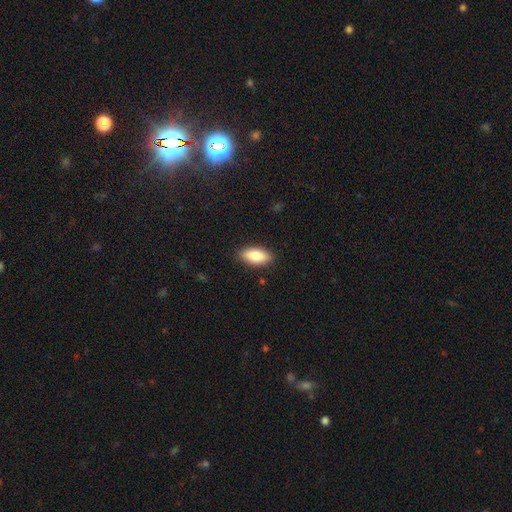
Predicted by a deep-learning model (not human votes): Morphology: type=smooth (87%); roundness=in between (86%); merging=none (87%).